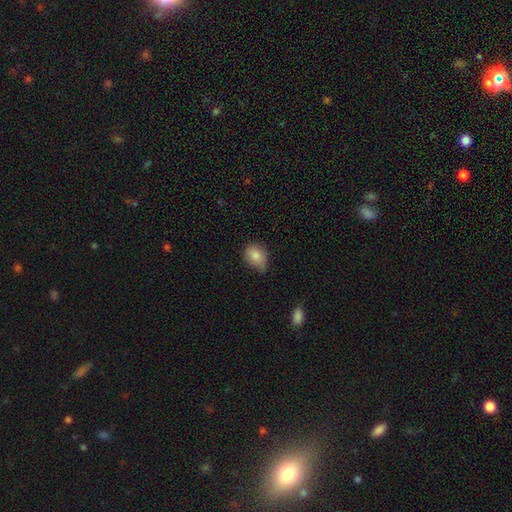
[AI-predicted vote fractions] Overall: smooth (83%). How rounded: in between (60%; round 39%). Merging: none (50%; minor disturbance 40%).